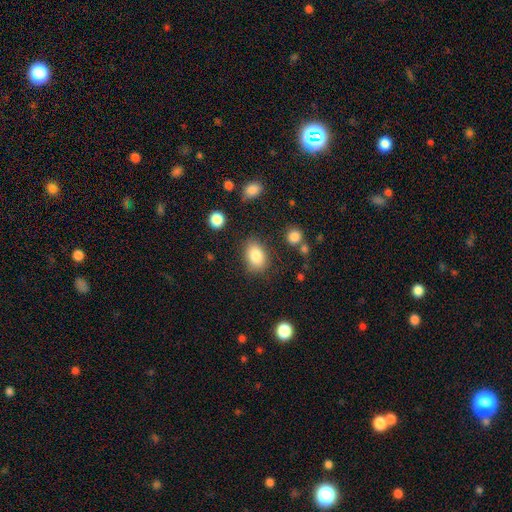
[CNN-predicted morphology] Overall: smooth (83%). How rounded: in between (80%). Merging: none (80%).